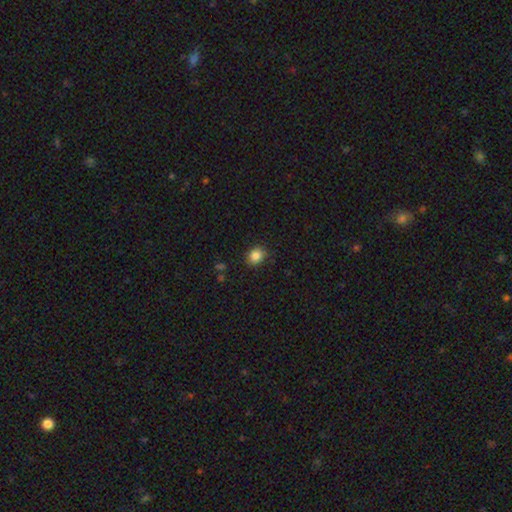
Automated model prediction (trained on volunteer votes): smooth-or-featured: smooth: 86% | star or artifact: 10% | featured or disk: 4%
  how-rounded: round: 65% | in between: 34% | cigar-shaped: 1%
  merging: none: 87% | minor disturbance: 10% | major disturbance: 3% | merger: 1%